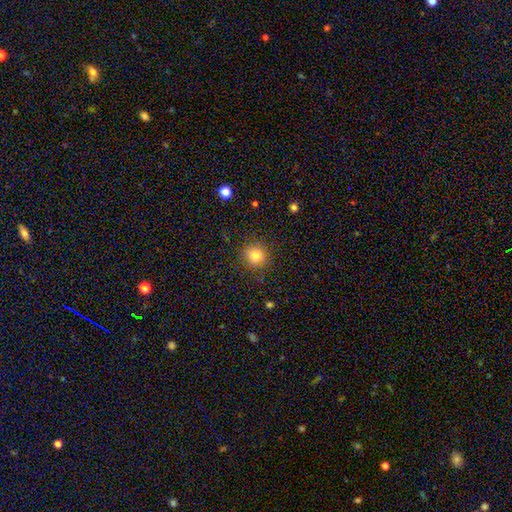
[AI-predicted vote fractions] Smooth or featured? smooth (80%)
How rounded? round (92%)
Merging? none (87%)